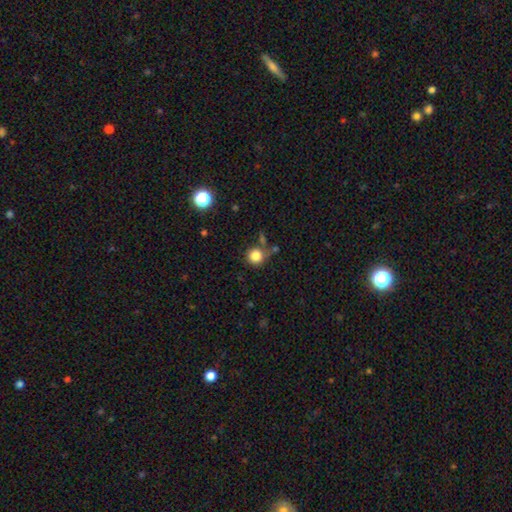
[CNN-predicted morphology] This is clearly a smooth galaxy (83%). How rounded: clearly round (92%). Merging: likely none (64%).